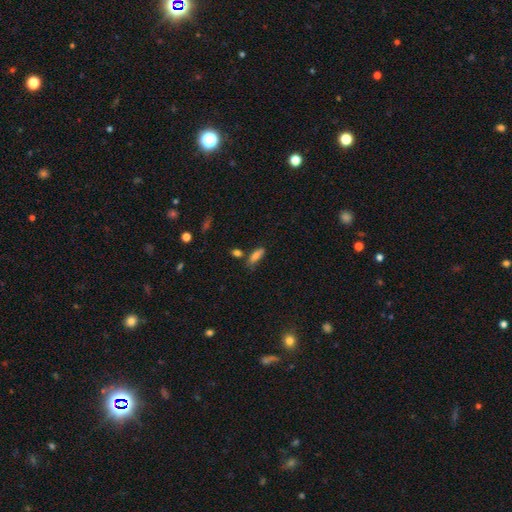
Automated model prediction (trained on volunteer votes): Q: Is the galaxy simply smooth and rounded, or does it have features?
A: smooth — 80%.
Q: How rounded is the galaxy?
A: in between — 69%.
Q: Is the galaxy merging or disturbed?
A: none — 57%.